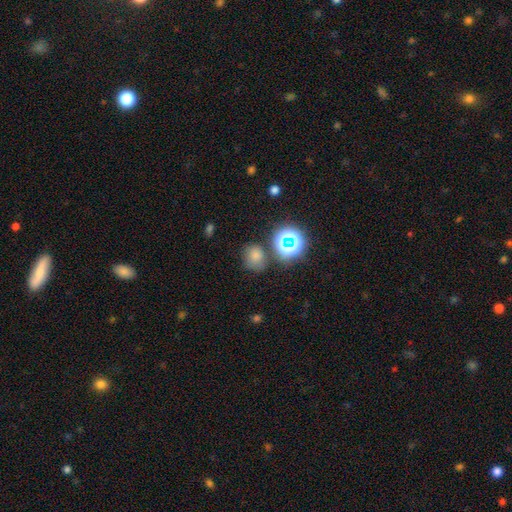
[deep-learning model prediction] Overall: smooth (70%). How rounded: round (68%; in between 31%). Merging: none (68%).